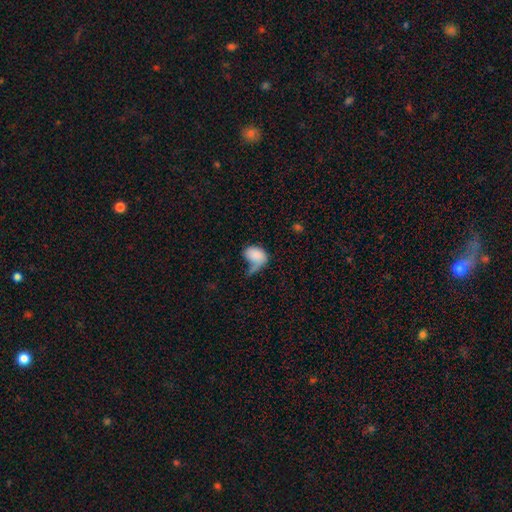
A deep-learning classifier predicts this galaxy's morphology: smooth_or_featured: smooth (p=0.78) [alt: featured or disk p=0.15]
how_rounded: in between (p=0.79) [alt: round p=0.19]
merging: major disturbance (p=0.38) [alt: none p=0.27]